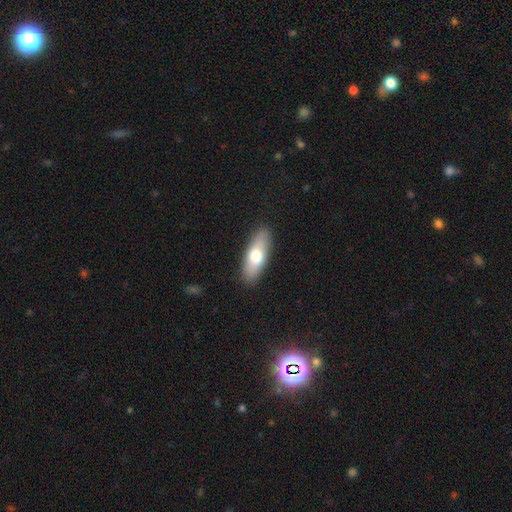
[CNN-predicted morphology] Smooth or featured? Predicted: smooth (p=0.69). How rounded? Predicted: in between (p=0.66). Merging? Predicted: none (p=0.88).